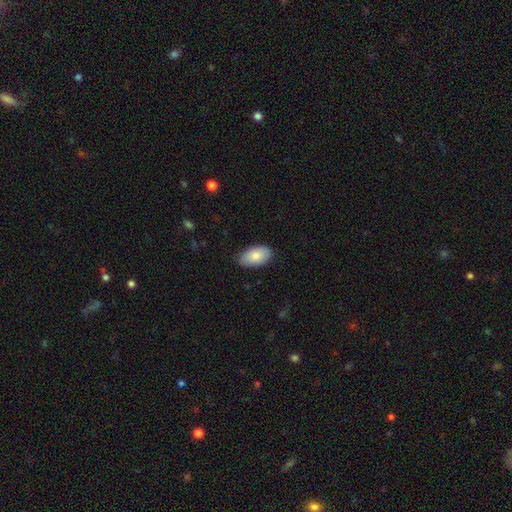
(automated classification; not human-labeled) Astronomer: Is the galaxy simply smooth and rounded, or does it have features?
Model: smooth — 84%.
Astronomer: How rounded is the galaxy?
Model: in between — 95%.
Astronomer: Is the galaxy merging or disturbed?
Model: none — 82%.